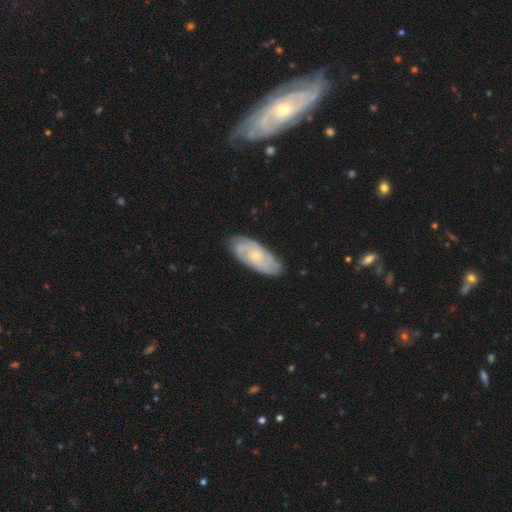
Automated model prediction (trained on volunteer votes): Smooth or featured? Predicted: featured or disk (p=0.65). Edge-on disk? Predicted: no (p=0.92). Bar? Predicted: no (p=0.73). Spiral arms? Predicted: yes (p=0.90). Spiral winding? Predicted: tight (p=0.57). Spiral arm count? Predicted: can't tell (p=0.39). Bulge size? Predicted: small (p=0.63). Merging? Predicted: none (p=0.80).